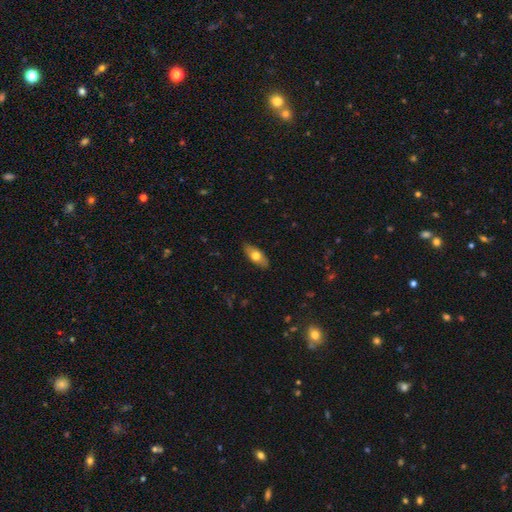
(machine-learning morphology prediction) This appears to be a smooth galaxy with no disk features (65%) that is in between round and cigar-shaped (83%). Merging: none (86%).